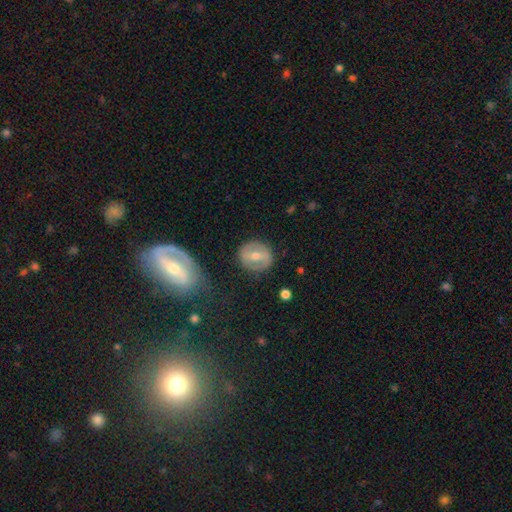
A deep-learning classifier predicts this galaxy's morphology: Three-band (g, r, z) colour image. It shows a featured or disk galaxy (52%). Merging: none (83%).